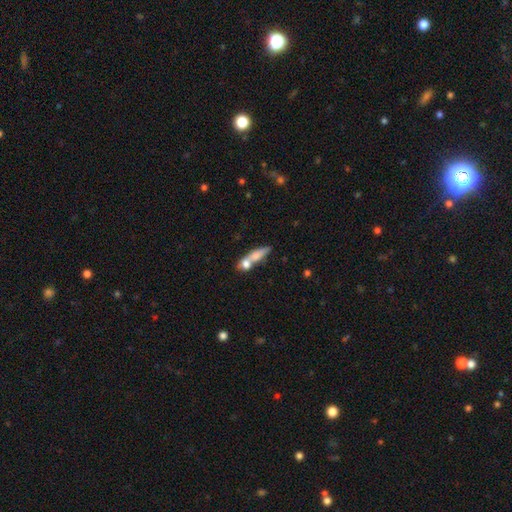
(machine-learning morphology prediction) A smooth galaxy with no disk features (64%) that is cigar-shaped (61%). Merging: merger (46%).